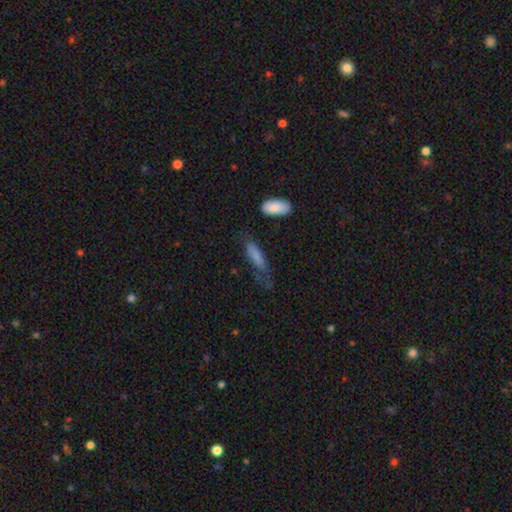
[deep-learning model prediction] Morphology: type=smooth (76%); roundness=cigar-shaped (64%); merging=none (44%).